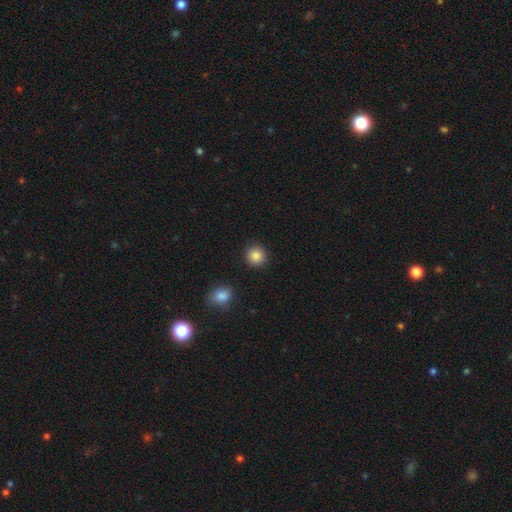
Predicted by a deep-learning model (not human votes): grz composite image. It shows a smooth galaxy with no disk features (87%) that is round (92%). Merging: none (90%).